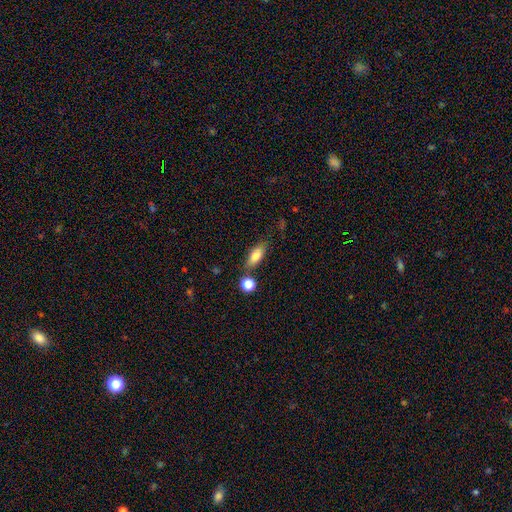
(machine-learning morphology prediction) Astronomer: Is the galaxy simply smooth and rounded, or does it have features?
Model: smooth — 79%.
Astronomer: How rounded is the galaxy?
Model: in between — 75%.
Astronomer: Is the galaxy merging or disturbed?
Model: none — 74%.